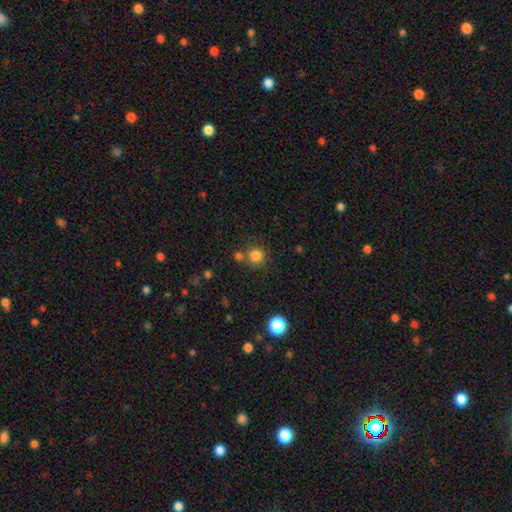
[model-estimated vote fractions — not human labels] This is clearly a smooth galaxy (82%). How rounded: clearly round (91%). Merging: likely none (72%).